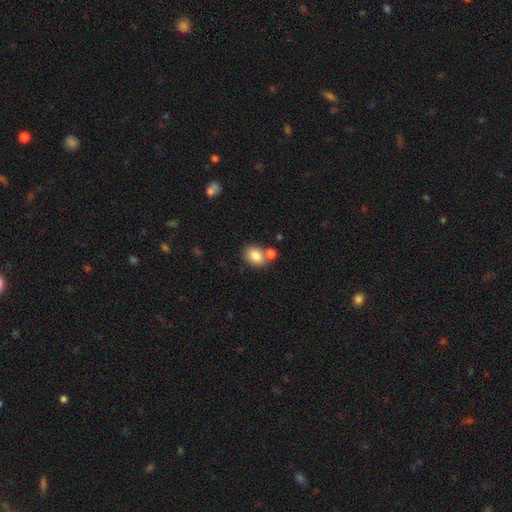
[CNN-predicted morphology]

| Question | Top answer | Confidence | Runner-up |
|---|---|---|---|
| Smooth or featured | smooth | 83% | featured or disk (9%) |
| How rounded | in between | 72% | round (26%) |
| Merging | none | 56% | merger (29%) |